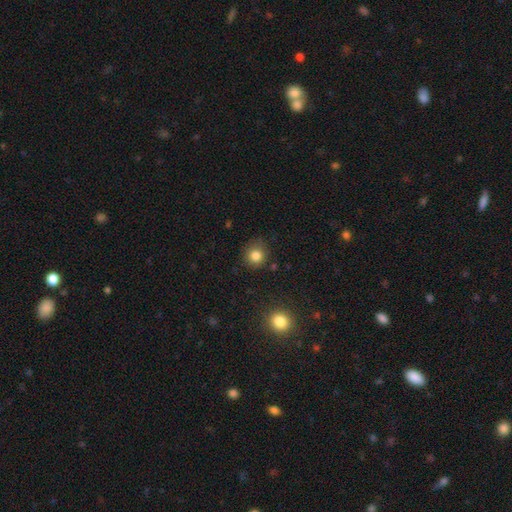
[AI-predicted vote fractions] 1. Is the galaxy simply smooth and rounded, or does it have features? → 83% smooth, 12% star or artifact, 5% featured or disk.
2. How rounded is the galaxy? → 91% round, 8% in between, 1% cigar-shaped.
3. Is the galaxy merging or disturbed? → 84% none, 11% minor disturbance, 3% major disturbance, 2% merger.